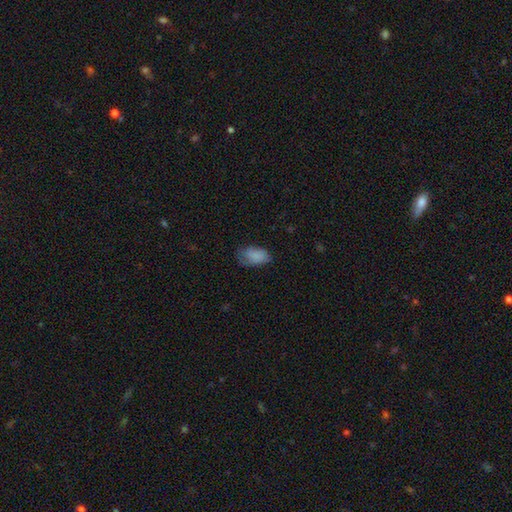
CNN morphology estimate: type=smooth (82%); roundness=in between (92%); merging=none (55%).